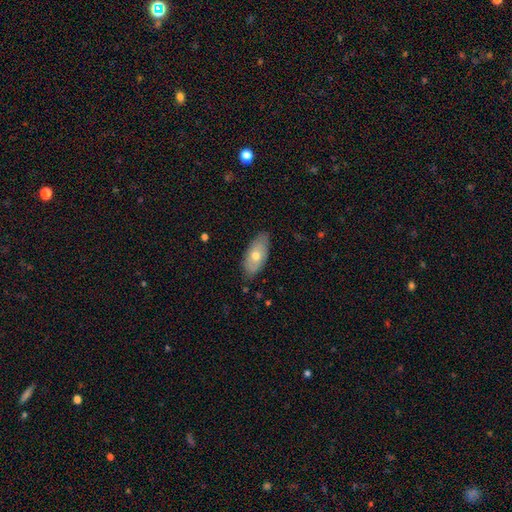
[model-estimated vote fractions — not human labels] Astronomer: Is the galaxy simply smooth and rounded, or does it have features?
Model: smooth — 60%.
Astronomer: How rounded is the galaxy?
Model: in between — 90%.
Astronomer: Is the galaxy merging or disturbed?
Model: none — 80%.